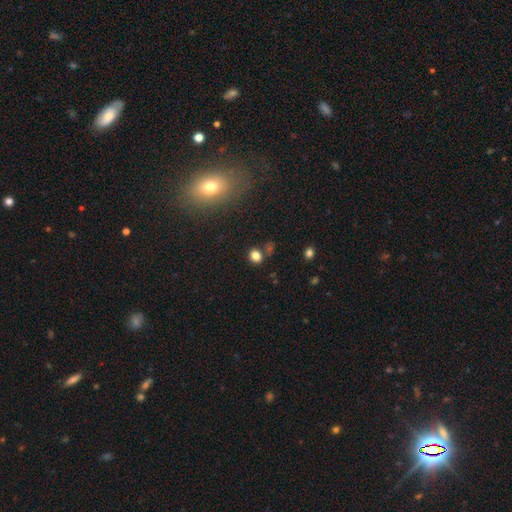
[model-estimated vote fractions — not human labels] Smooth or featured: smooth — 80% (star or artifact — 15%)
How rounded: round — 62% (in between — 37%)
Merging: none — 70% (merger — 14%)